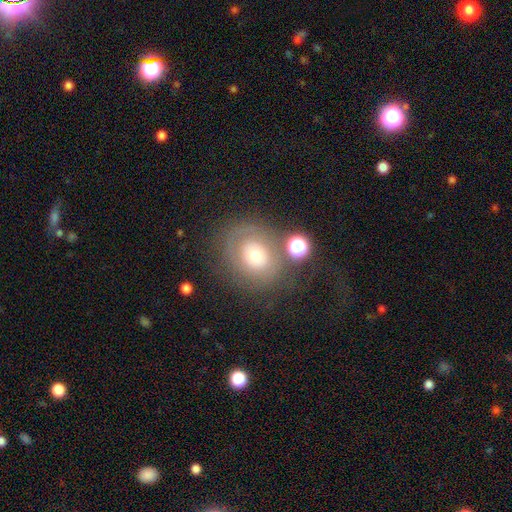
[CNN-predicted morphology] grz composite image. It shows a smooth galaxy with no disk features (48%). Merging: none (62%).